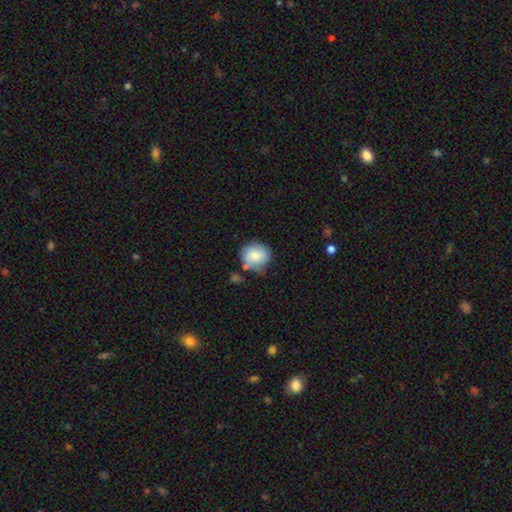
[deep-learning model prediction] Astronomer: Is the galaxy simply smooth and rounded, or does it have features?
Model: smooth — 78%.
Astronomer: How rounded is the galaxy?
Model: round — 81%.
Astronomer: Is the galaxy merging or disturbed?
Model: none — 64%.